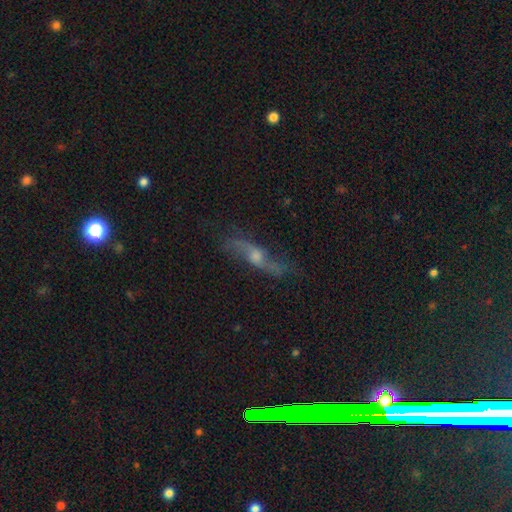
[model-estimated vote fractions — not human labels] featured or disk 74%, smooth 18%, star or artifact 9%. Down the decision tree: edge-on disk — no (63%); merging — none (69%).